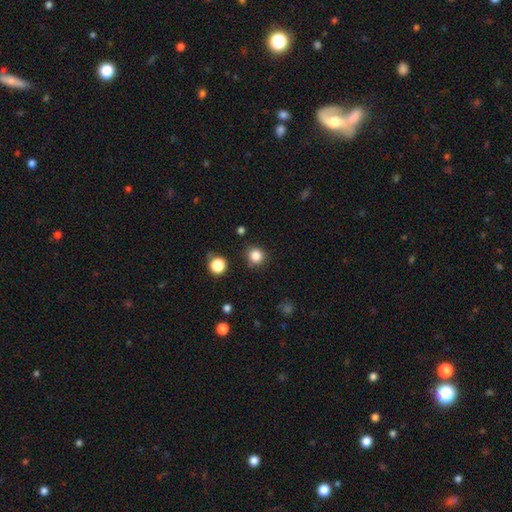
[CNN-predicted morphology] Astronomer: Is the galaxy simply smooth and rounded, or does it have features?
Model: smooth — 84%.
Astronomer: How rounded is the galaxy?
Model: round — 92%.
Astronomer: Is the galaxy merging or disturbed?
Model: none — 84%.